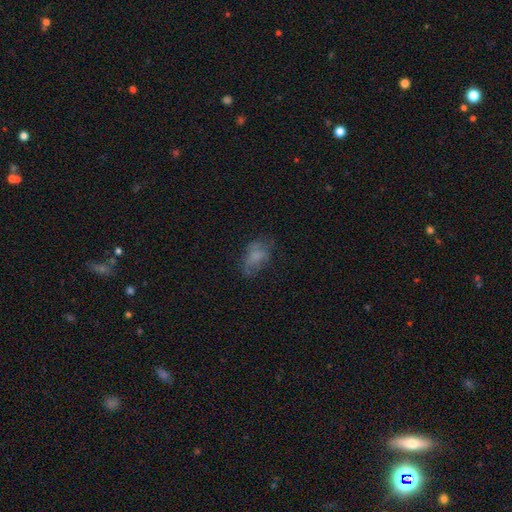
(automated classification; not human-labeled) smooth-or-featured: smooth: 58% | featured or disk: 28% | star or artifact: 14%
  how-rounded: in between: 85% | round: 12% | cigar-shaped: 3%
  merging: none: 48% | minor disturbance: 26% | major disturbance: 24% | merger: 3%